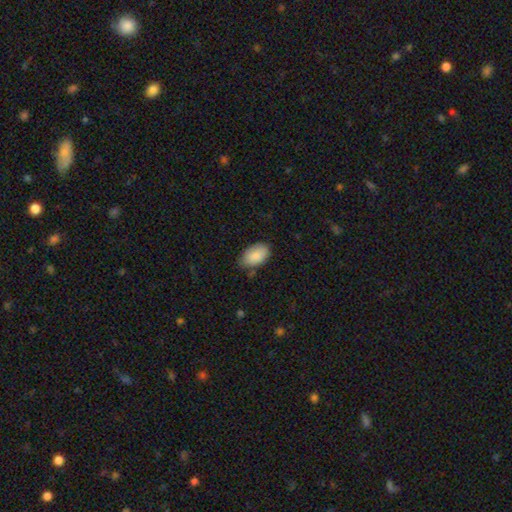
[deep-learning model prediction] Smooth or featured? Predicted: smooth (p=0.88). How rounded? Predicted: in between (p=0.94). Merging? Predicted: none (p=0.72).